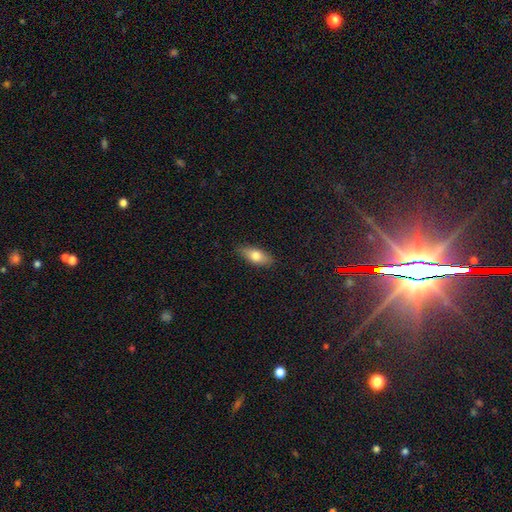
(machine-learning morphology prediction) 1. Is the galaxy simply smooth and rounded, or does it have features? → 72% smooth, 21% featured or disk, 7% star or artifact.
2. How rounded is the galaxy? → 79% in between, 18% cigar-shaped, 3% round.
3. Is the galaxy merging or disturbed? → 85% none, 12% minor disturbance, 2% major disturbance, 1% merger.